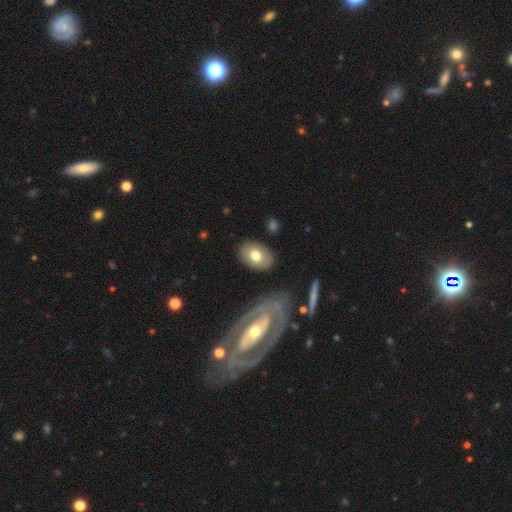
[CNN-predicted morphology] The model was most divided on "smooth or featured": smooth: 70%, featured or disk: 23%, star or artifact: 7%. More confident: merging — none (84%); how rounded — in between (84%).